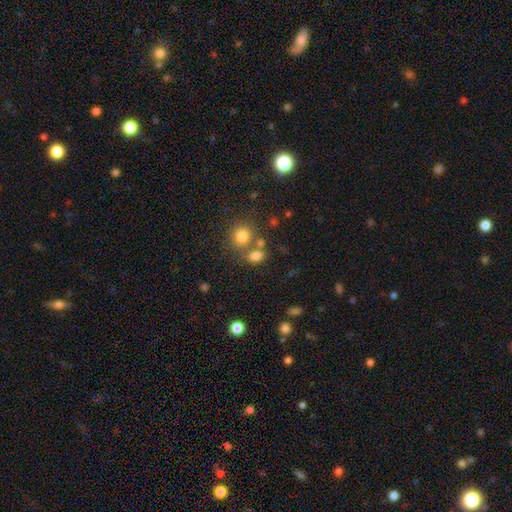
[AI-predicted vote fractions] Smooth or featured: smooth — 78% (star or artifact — 14%)
How rounded: in between — 64% (round — 35%)
Merging: none — 52% (merger — 31%)